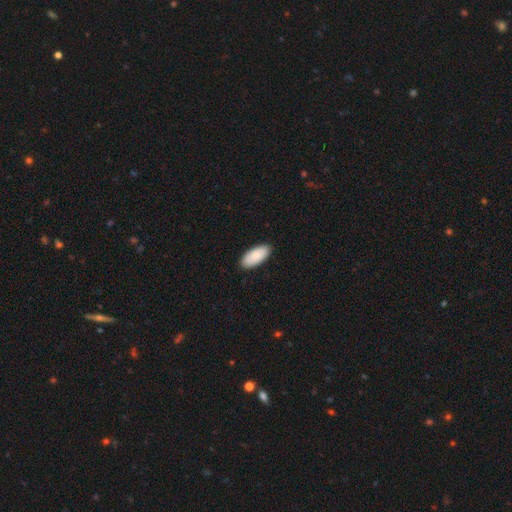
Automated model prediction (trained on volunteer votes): smooth_or_featured: smooth (p=0.87) [alt: featured or disk p=0.07]
how_rounded: in between (p=0.92) [alt: cigar-shaped p=0.07]
merging: none (p=0.89) [alt: minor disturbance p=0.09]